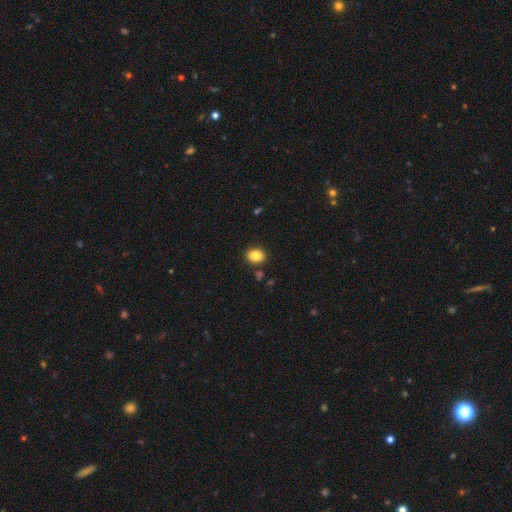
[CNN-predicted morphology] Smooth or featured: smooth — 86% (star or artifact — 9%)
How rounded: in between — 52% (round — 47%)
Merging: none — 85% (minor disturbance — 9%)